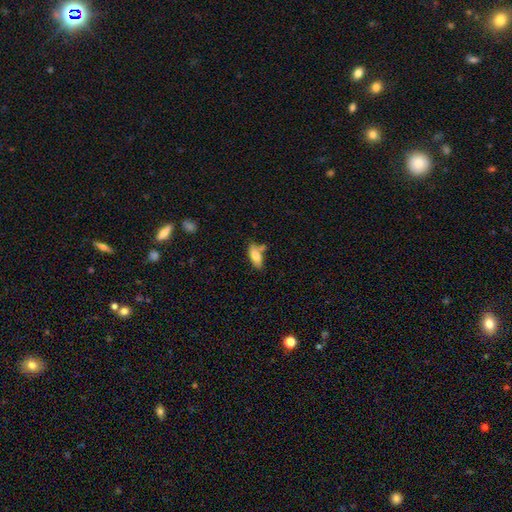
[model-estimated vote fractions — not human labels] Smooth or featured? smooth (77%)
How rounded? in between (80%)
Merging? none (54%)